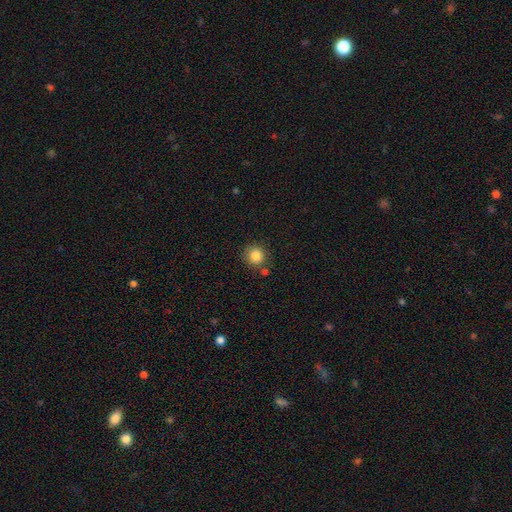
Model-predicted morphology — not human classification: smooth 85%, star or artifact 10%, featured or disk 5%. Down the decision tree: how rounded — round (92%); merging — none (79%).